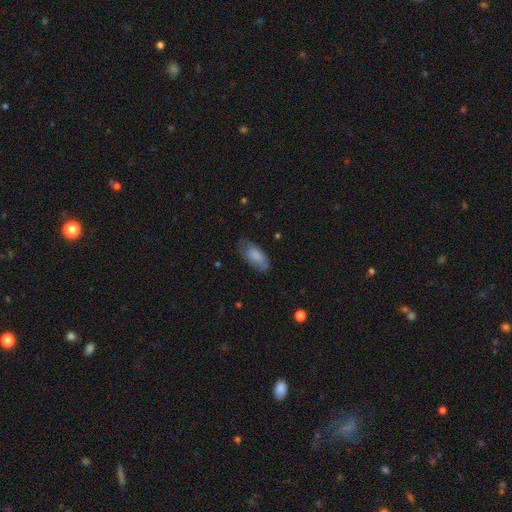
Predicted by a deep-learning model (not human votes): smooth-or-featured: smooth: 76% | featured or disk: 17% | star or artifact: 6%
  how-rounded: in between: 90% | cigar-shaped: 7% | round: 2%
  merging: none: 61% | minor disturbance: 28% | major disturbance: 9% | merger: 2%